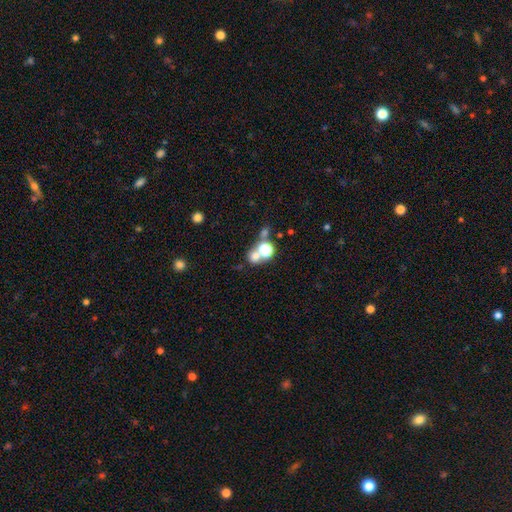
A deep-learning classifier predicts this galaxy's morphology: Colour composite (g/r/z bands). It shows a smooth galaxy with no disk features (61%) that is round (79%). Merging: none (48%).